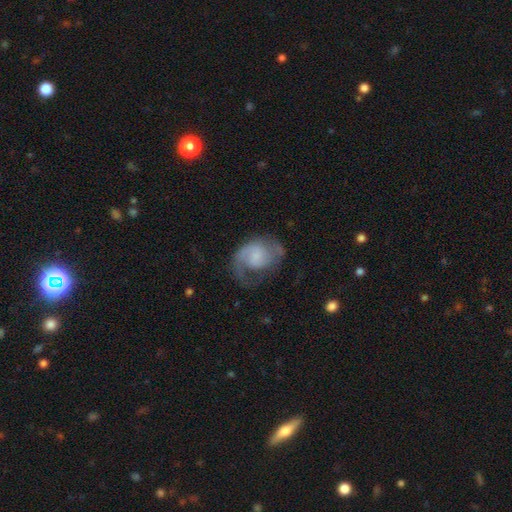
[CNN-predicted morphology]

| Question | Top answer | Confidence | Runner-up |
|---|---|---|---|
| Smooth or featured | featured or disk | 71% | smooth (22%) |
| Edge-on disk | no | 98% | yes (2%) |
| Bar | no | 64% | weak (31%) |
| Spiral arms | yes | 91% | no (9%) |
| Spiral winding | medium | 46% | loose (30%) |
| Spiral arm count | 2 | 54% | 1 (34%) |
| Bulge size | small | 38% | none (30%) |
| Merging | none | 49% | major disturbance (27%) |